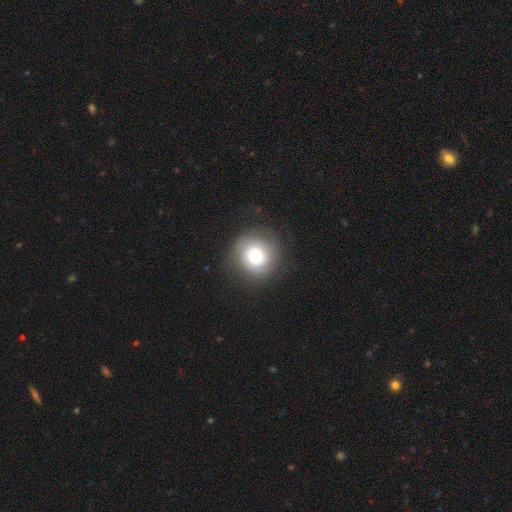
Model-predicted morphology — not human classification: A smooth galaxy with no disk features (63%) that is round (92%).

Vote fractions:
- Smooth or featured? smooth: 63% / featured or disk: 27% / star or artifact: 10%
- How rounded? round: 92% / in between: 7% / cigar-shaped: 1%
- Merging? none: 79% / minor disturbance: 13% / major disturbance: 6% / merger: 1%